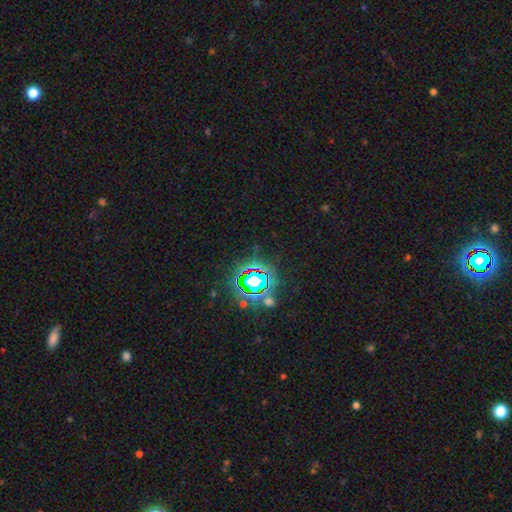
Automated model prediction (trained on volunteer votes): smooth-or-featured: star or artifact: 78% | smooth: 13% | featured or disk: 8%